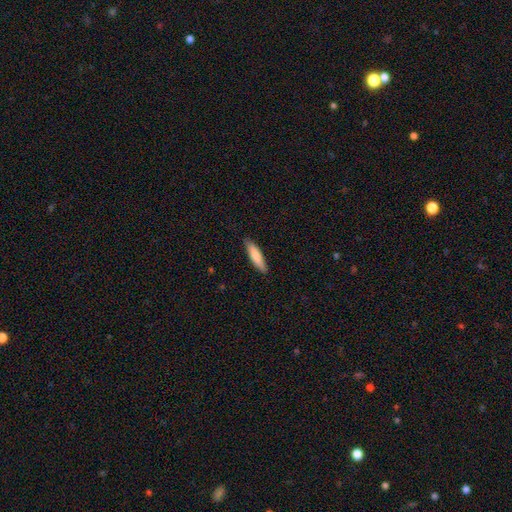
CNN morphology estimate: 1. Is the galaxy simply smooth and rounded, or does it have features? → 83% smooth, 12% featured or disk, 5% star or artifact.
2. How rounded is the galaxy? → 75% cigar-shaped, 24% in between, 1% round.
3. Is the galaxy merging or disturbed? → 86% none, 11% minor disturbance, 2% major disturbance, 1% merger.